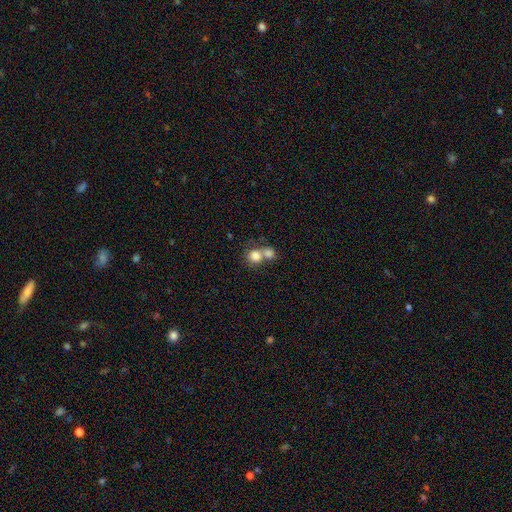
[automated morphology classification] Smooth or featured? Predicted: smooth (p=0.80). How rounded? Predicted: round (p=0.81). Merging? Predicted: merger (p=0.55).